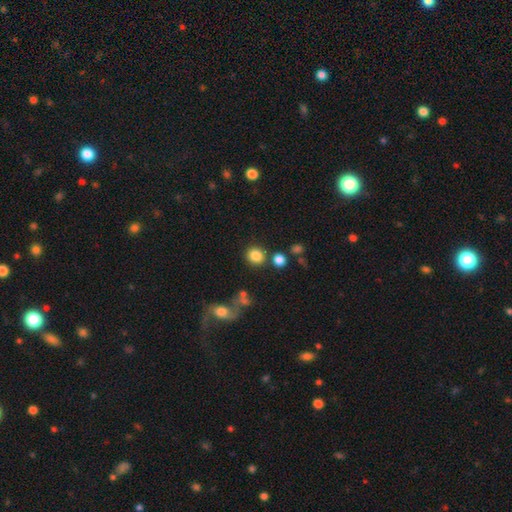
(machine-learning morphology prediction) This appears to be a smooth galaxy with no disk features (84%) that is round (86%). Merging: none (79%).